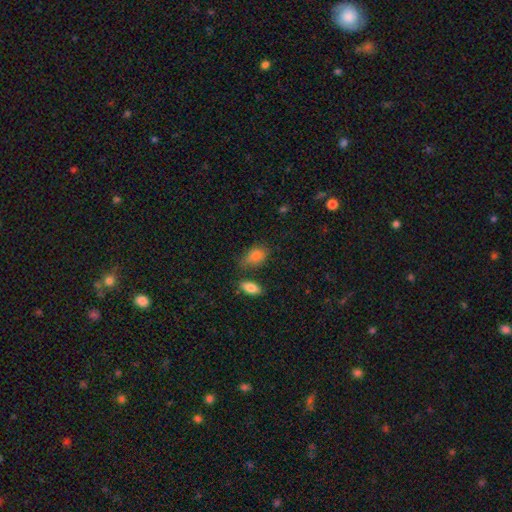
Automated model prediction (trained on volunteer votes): Smooth or featured: smooth — 83% (star or artifact — 9%)
How rounded: in between — 83% (round — 14%)
Merging: none — 55% (minor disturbance — 26%)